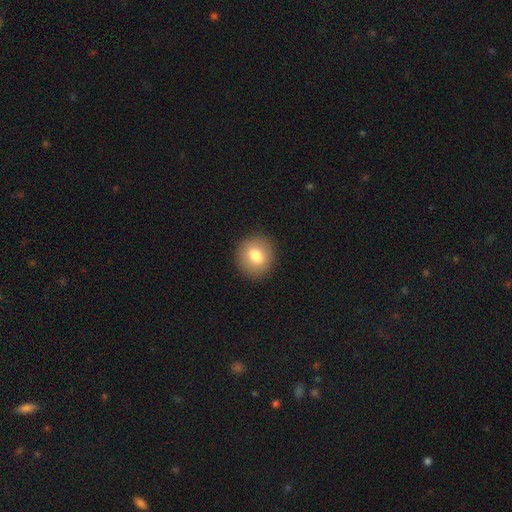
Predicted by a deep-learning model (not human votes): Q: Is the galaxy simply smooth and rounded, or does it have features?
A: smooth — 77%.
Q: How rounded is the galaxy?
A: round — 85%.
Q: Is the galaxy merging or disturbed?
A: none — 91%.